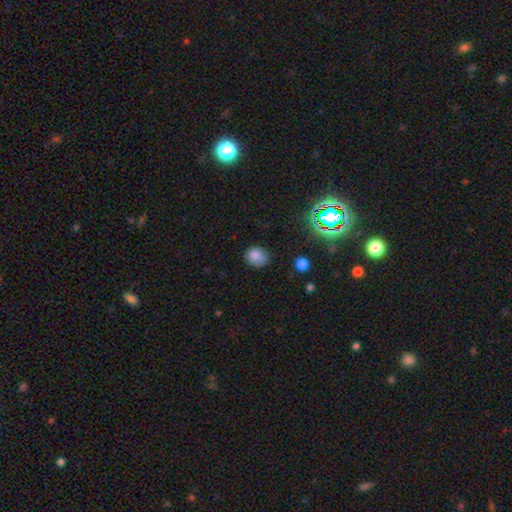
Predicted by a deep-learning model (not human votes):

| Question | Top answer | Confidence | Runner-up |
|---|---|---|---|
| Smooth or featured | smooth | 81% | star or artifact (14%) |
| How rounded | round | 58% | in between (41%) |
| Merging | none | 72% | minor disturbance (21%) |